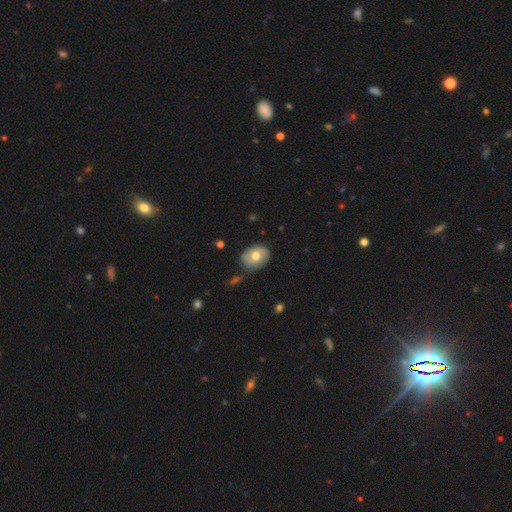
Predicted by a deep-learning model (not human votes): The model was most divided on "how rounded": in between: 65%, round: 34%, cigar-shaped: 1%. More confident: merging — none (71%); smooth or featured — smooth (65%).